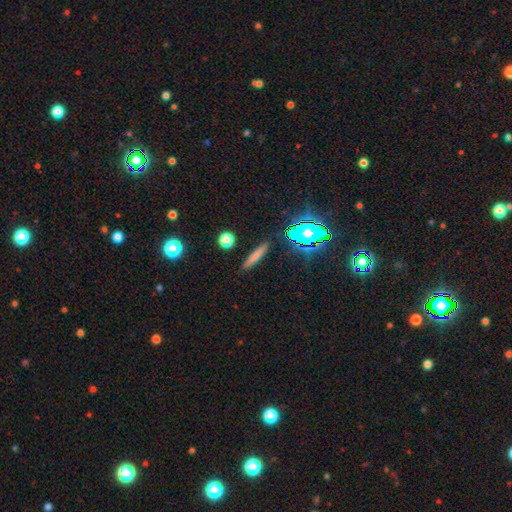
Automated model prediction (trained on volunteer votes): Morphology: type=smooth (66%); roundness=cigar-shaped (89%); merging=none (88%).